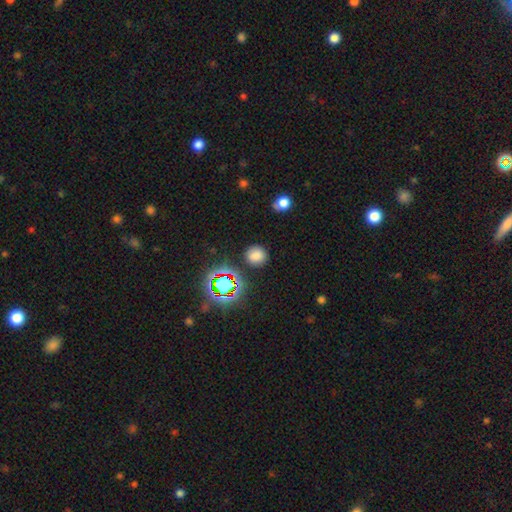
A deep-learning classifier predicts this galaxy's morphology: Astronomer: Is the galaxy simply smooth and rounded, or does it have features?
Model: smooth — 74%.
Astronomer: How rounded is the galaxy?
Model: round — 86%.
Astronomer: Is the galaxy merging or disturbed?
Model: none — 85%.